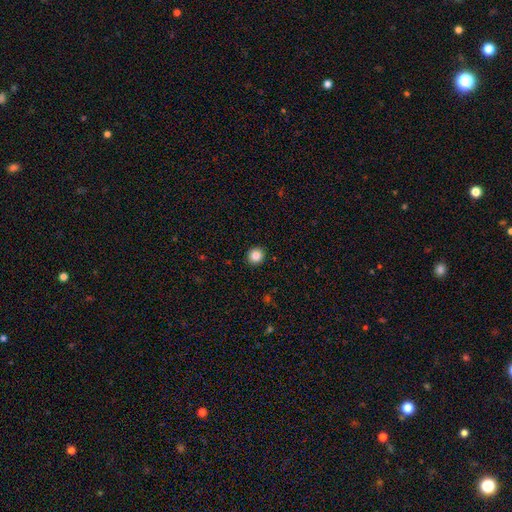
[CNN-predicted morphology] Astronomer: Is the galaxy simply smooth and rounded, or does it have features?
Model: smooth — 85%.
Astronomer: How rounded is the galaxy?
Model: round — 90%.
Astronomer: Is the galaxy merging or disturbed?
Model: none — 93%.